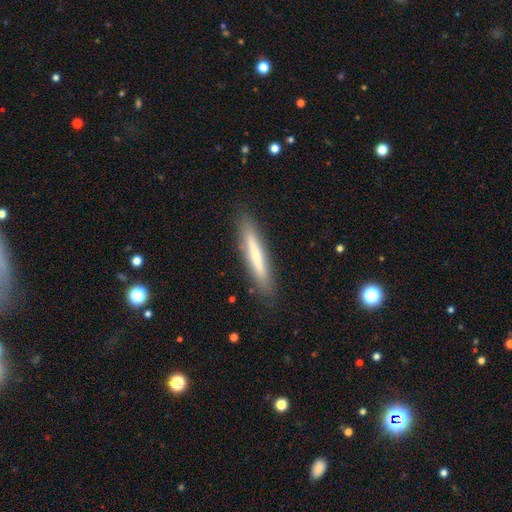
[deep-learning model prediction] This is possibly a smooth galaxy (57%). How rounded: clearly cigar-shaped (93%). Merging: clearly none (88%).